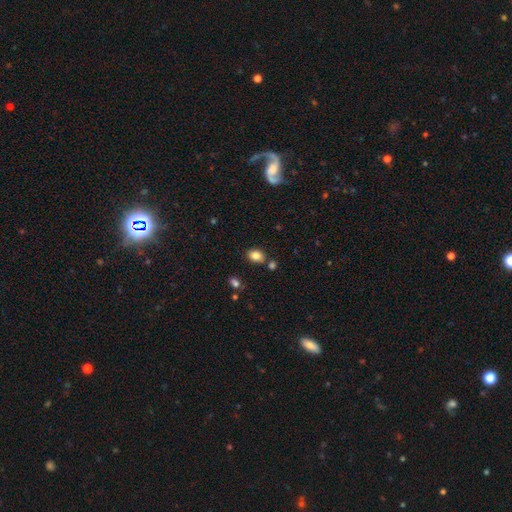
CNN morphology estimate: type=smooth (84%); roundness=in between (68%); merging=none (76%).